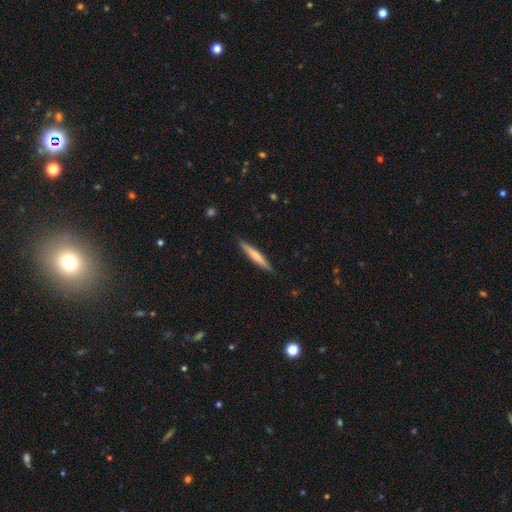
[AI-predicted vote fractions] Smooth or featured?
  - smooth: 57% *
  - featured or disk: 37%
  - star or artifact: 5%
How rounded?
  - cigar-shaped: 95% *
  - in between: 4%
  - round: 1%
Merging?
  - none: 90% *
  - minor disturbance: 7%
  - major disturbance: 1%
  - merger: 1%